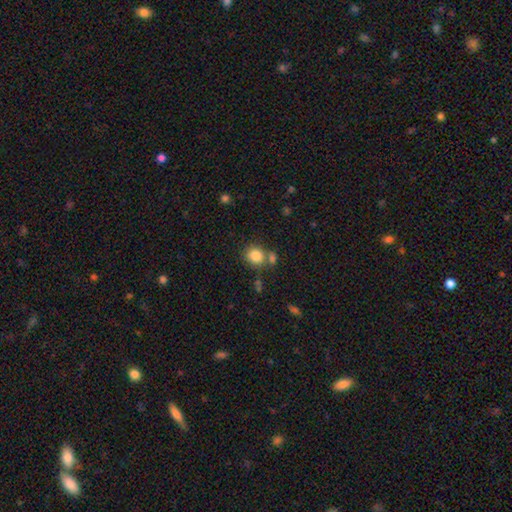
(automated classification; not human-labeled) Smooth or featured? smooth (84%)
How rounded? round (77%)
Merging? none (64%)